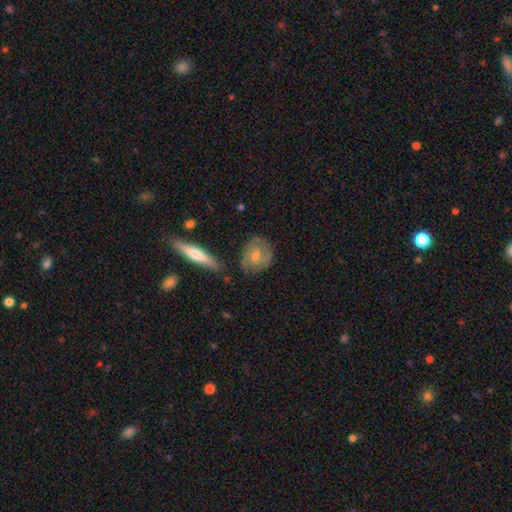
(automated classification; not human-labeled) A featured or disk galaxy (60%) with no bar (54%), spiral arms (73%) and a moderate central bulge (50%). Merging: none (71%).